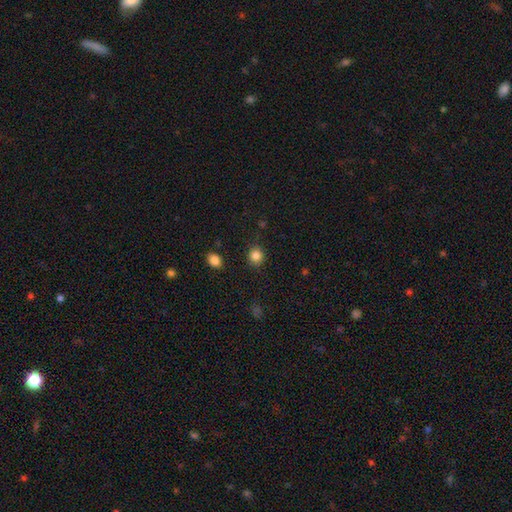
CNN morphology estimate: This is clearly a smooth galaxy (85%). How rounded: clearly round (86%). Merging: clearly none (88%).